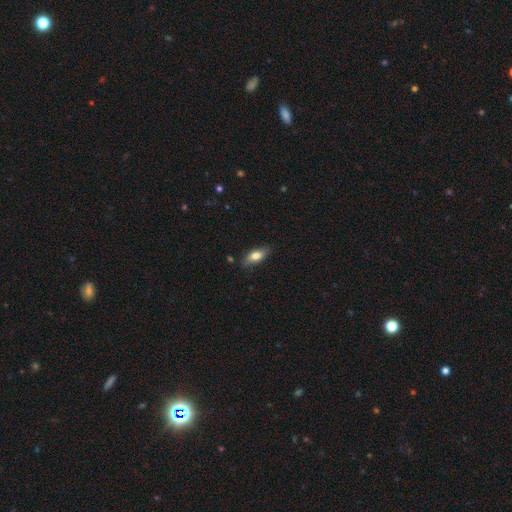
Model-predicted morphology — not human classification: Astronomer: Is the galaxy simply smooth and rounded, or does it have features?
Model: smooth — 74%.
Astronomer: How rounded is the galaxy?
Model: in between — 78%.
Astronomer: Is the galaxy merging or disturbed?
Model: none — 82%.